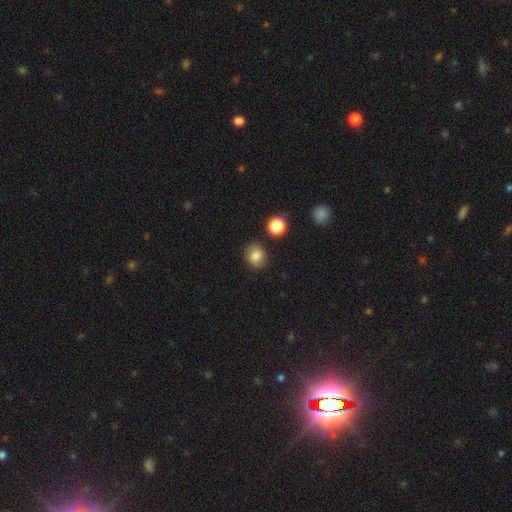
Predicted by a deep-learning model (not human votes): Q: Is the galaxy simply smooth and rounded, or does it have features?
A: smooth — 82%.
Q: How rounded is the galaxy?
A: round — 67%.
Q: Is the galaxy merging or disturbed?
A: none — 81%.